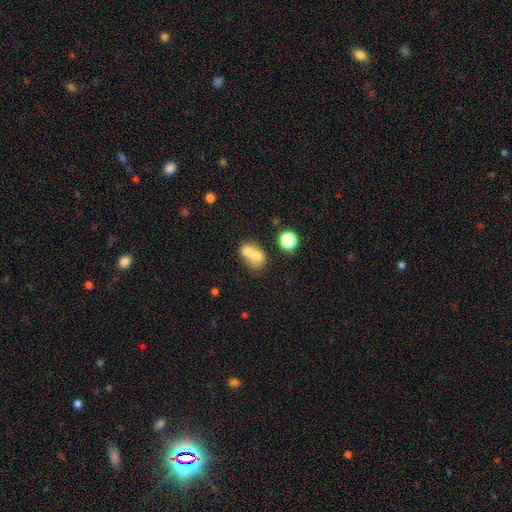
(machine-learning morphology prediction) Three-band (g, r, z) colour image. It shows a smooth galaxy with no disk features (68%) that is round (58%). Merging: merger (70%).